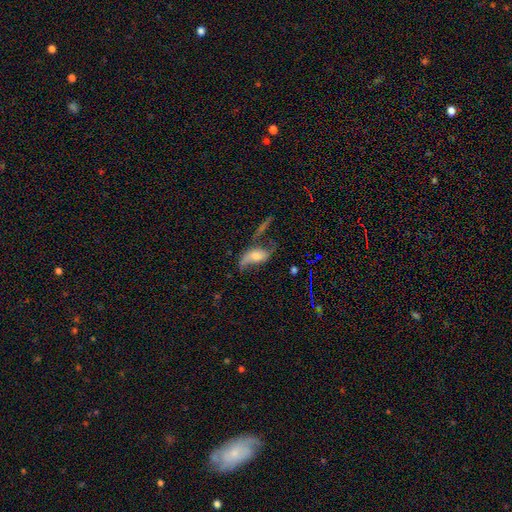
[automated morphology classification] This is likely a featured or disk galaxy (62%). It is clearly not viewed edge-on (88%). Bar: likely no (60%). Spiral arm pattern: likely yes (77%). Central bulge: marginally moderate (44%). Merging: marginally none (33%).